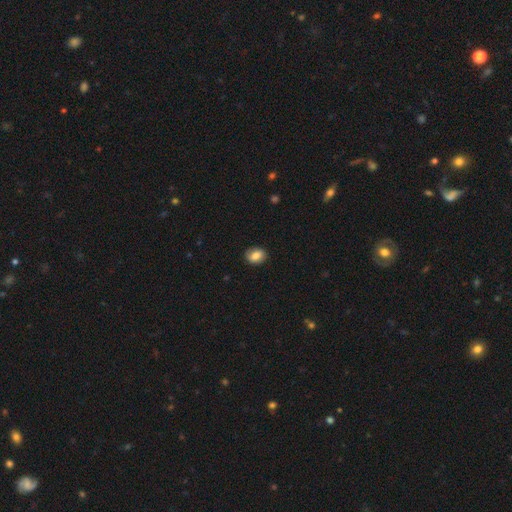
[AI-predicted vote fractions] This appears to be a smooth galaxy with no disk features (76%) that is in between round and cigar-shaped (58%). Merging: none (84%).